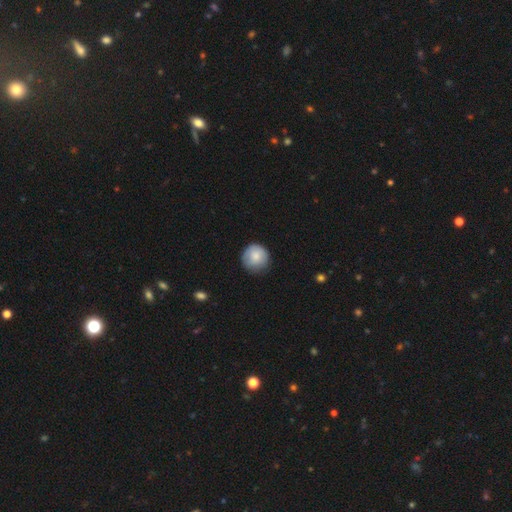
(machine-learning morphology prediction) smooth 81%, featured or disk 12%, star or artifact 6%. Down the decision tree: how rounded — round (94%); merging — none (80%).